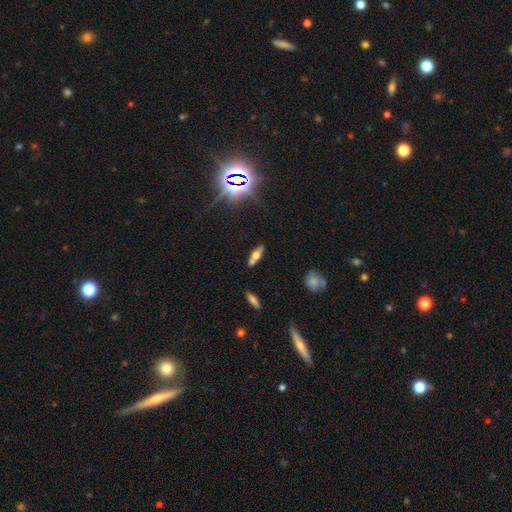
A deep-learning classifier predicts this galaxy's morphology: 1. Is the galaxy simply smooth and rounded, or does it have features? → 44% smooth, 43% featured or disk, 13% star or artifact.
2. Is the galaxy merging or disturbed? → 68% none, 15% merger, 13% minor disturbance, 4% major disturbance.